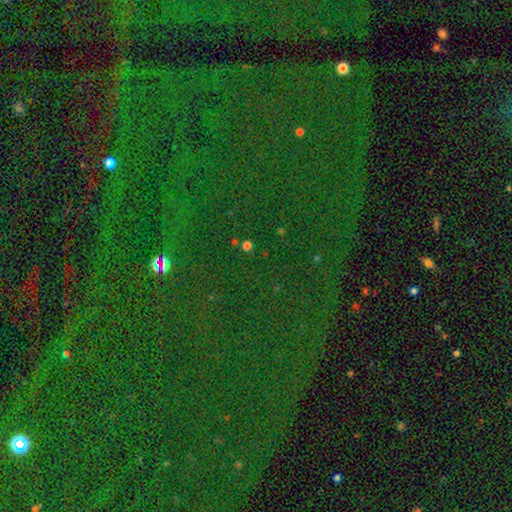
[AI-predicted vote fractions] Smooth or featured? Predicted: star or artifact (p=0.82).